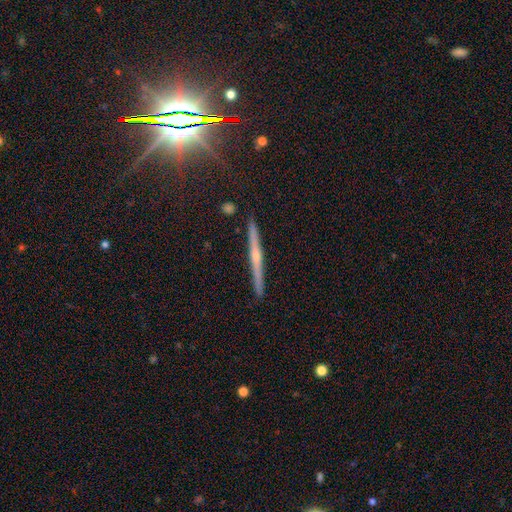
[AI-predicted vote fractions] featured or disk 72%, smooth 15%, star or artifact 14%. Down the decision tree: edge-on disk — yes (98%); edge-on bulge — rounded (76%); merging — none (89%).